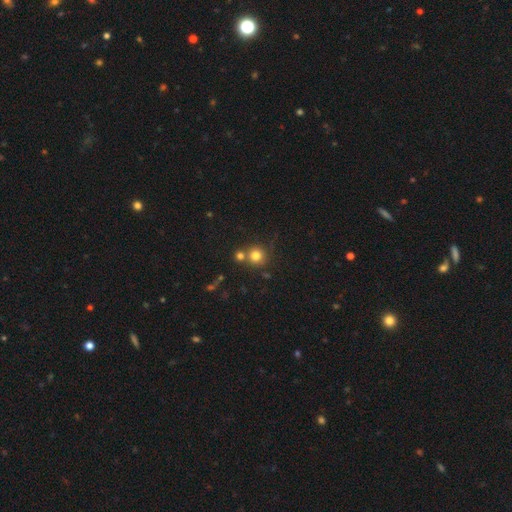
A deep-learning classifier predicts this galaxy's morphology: This appears to be a smooth galaxy with no disk features (78%) that is round (92%). Merging: none (62%).